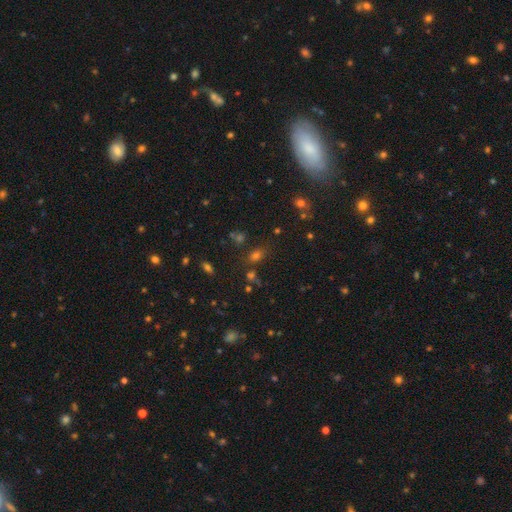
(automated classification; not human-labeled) This appears to be a smooth galaxy with no disk features (56%) that is in between round and cigar-shaped (63%). Merging: none (73%).